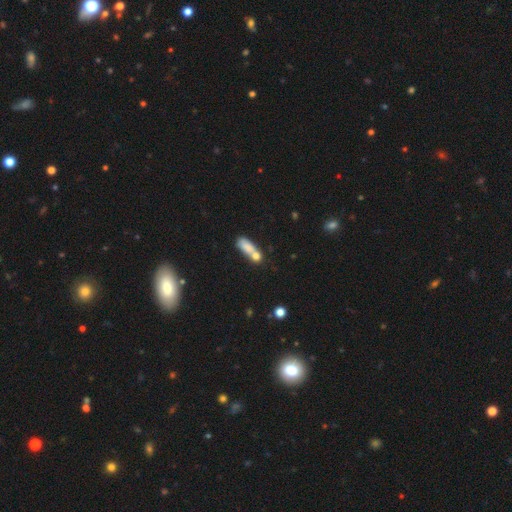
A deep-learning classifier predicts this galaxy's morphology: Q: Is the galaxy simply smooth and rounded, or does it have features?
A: smooth — 73%.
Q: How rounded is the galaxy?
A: in between — 56%.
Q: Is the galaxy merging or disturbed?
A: merger — 45%.